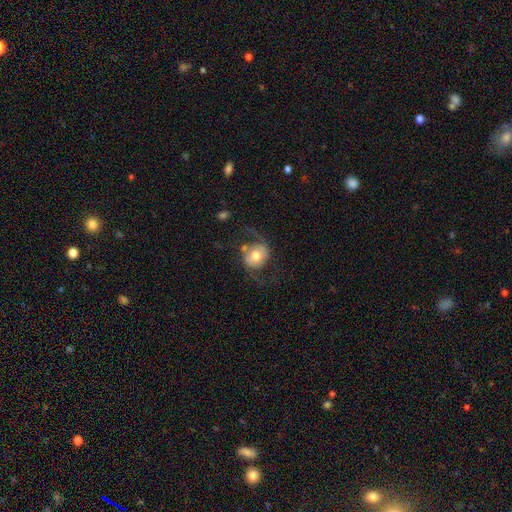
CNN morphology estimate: A featured or disk galaxy (51%).

Vote fractions:
- Smooth or featured? featured or disk: 51% / smooth: 41% / star or artifact: 8%
- Edge-on disk? no: 96% / yes: 4%
- Merging? none: 53% / major disturbance: 24% / minor disturbance: 19% / merger: 5%